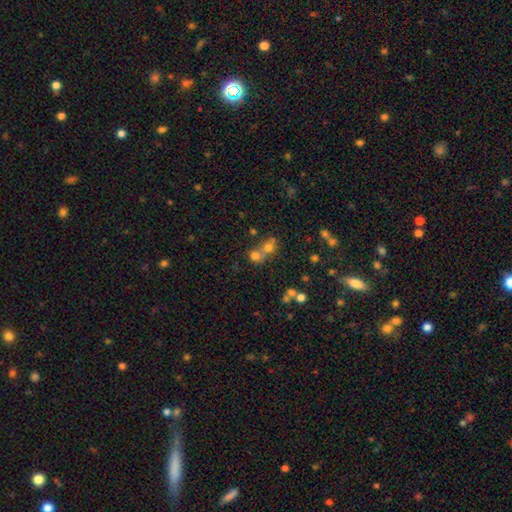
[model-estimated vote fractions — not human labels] A smooth galaxy with no disk features (63%) that is round (79%). Merging: merger (58%).